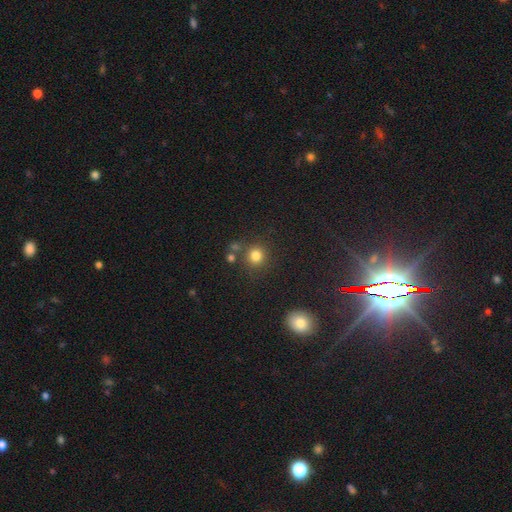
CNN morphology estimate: smooth-or-featured: smooth: 80% | star or artifact: 14% | featured or disk: 6%
  how-rounded: round: 90% | in between: 9% | cigar-shaped: 1%
  merging: none: 77% | merger: 10% | minor disturbance: 9% | major disturbance: 4%